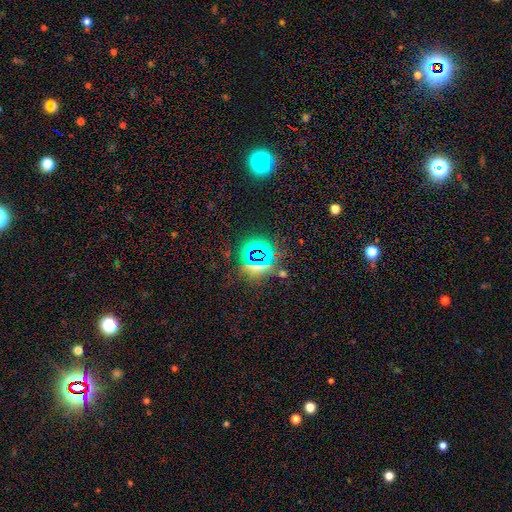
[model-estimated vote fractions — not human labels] Q: Smooth or featured?
A: star or artifact (76%); runner-up: smooth (16%)